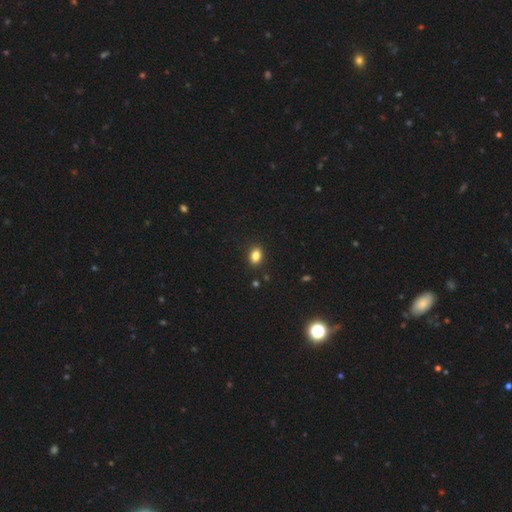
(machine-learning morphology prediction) A smooth galaxy with no disk features (84%) that is in between round and cigar-shaped (75%).

Vote fractions:
- Smooth or featured? smooth: 84% / star or artifact: 11% / featured or disk: 6%
- How rounded? in between: 75% / round: 24% / cigar-shaped: 1%
- Merging? none: 87% / minor disturbance: 9% / major disturbance: 2% / merger: 2%